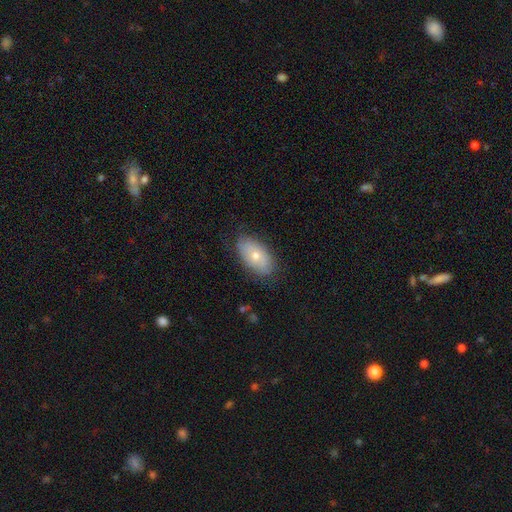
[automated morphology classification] This appears to be a smooth galaxy with no disk features (65%) that is in between round and cigar-shaped (92%). Merging: none (78%).